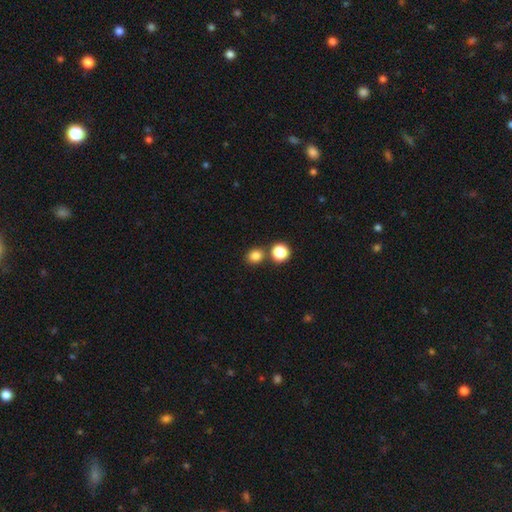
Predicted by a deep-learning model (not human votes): smooth-or-featured: smooth: 82% | star or artifact: 13% | featured or disk: 5%
  how-rounded: round: 79% | in between: 20% | cigar-shaped: 1%
  merging: none: 74% | merger: 16% | minor disturbance: 8% | major disturbance: 3%